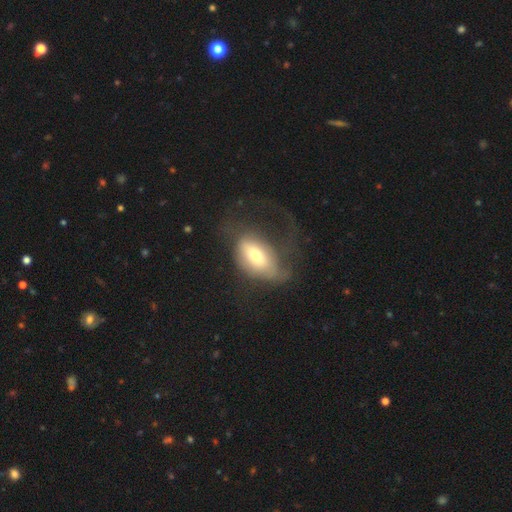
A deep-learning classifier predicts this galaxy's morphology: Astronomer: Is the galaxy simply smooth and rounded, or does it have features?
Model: smooth — 59% (runner-up: featured or disk, 34%).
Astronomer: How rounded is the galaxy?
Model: in between — 89%.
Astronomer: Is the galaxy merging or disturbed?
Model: major disturbance — 50% (runner-up: none, 27%).